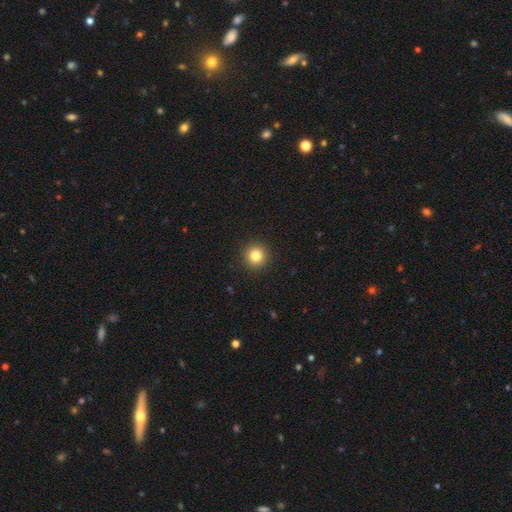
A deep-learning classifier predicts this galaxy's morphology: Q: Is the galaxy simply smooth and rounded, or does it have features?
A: smooth — 82%.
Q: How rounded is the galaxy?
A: round — 94%.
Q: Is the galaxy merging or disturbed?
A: none — 92%.